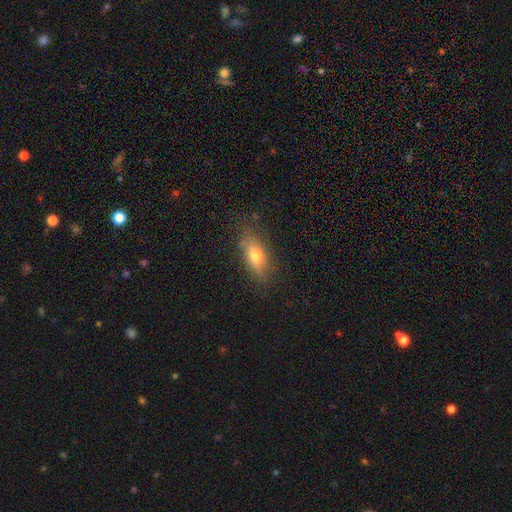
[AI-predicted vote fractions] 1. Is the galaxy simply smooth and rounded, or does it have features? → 68% smooth, 23% featured or disk, 9% star or artifact.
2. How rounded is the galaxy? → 73% in between, 22% cigar-shaped, 5% round.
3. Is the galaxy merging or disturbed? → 73% none, 19% minor disturbance, 6% major disturbance, 2% merger.